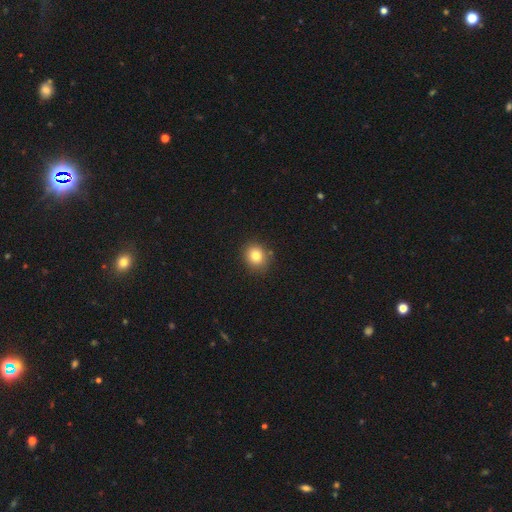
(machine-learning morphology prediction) smooth_or_featured: smooth (p=0.81) [alt: star or artifact p=0.11]
how_rounded: round (p=0.79) [alt: in between p=0.20]
merging: none (p=0.85) [alt: minor disturbance p=0.10]